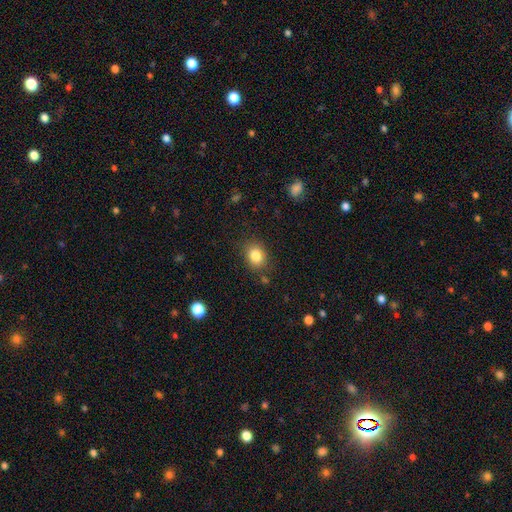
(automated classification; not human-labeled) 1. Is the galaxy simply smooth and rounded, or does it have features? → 83% smooth, 10% star or artifact, 6% featured or disk.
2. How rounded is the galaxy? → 53% round, 46% in between, 1% cigar-shaped.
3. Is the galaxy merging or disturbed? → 83% none, 11% minor disturbance, 3% major disturbance, 2% merger.